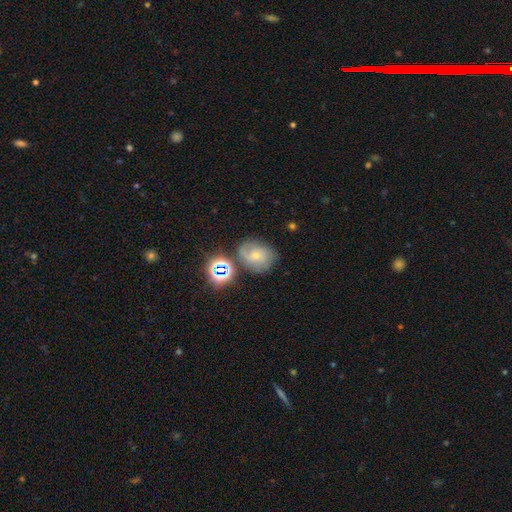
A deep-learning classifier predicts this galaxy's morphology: This is possibly a featured or disk galaxy (53%). It is clearly not viewed edge-on (97%). Bar: likely no (71%). Spiral arm pattern: clearly yes (85%). Central bulge: likely small (70%). Merging: possibly none (57%).